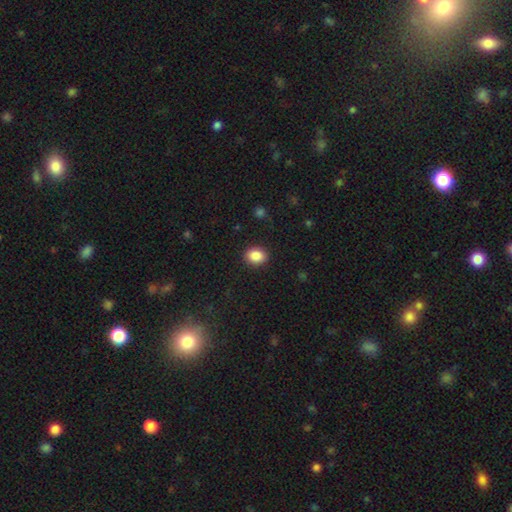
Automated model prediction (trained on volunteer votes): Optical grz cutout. It shows a smooth galaxy with no disk features (87%) that is in between round and cigar-shaped (50%). Merging: none (89%).